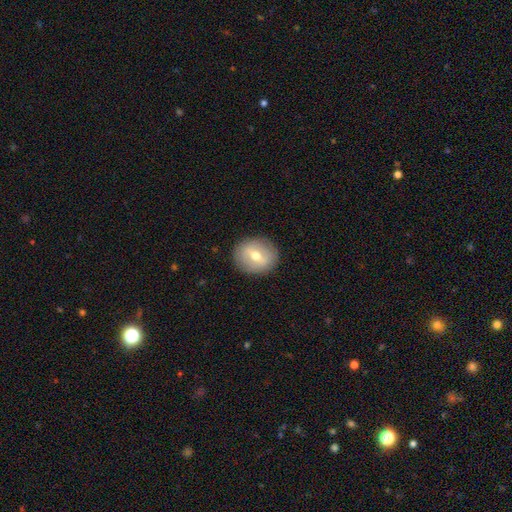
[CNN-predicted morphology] Smooth or featured?
  - smooth: 47% *
  - featured or disk: 46%
  - star or artifact: 7%
Merging?
  - none: 86% *
  - minor disturbance: 10%
  - major disturbance: 3%
  - merger: 1%